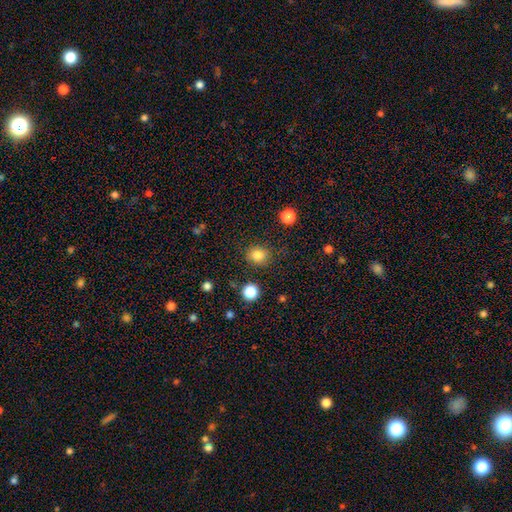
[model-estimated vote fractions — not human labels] Smooth or featured?
  - smooth: 82% *
  - star or artifact: 13%
  - featured or disk: 5%
How rounded?
  - round: 82% *
  - in between: 17%
  - cigar-shaped: 1%
Merging?
  - none: 87% *
  - minor disturbance: 8%
  - major disturbance: 3%
  - merger: 2%